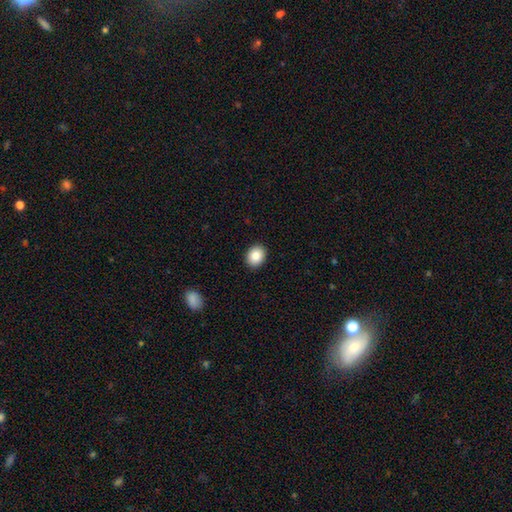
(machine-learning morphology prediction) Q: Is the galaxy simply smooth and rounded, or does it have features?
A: smooth — 85%.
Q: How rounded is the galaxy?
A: round — 50%.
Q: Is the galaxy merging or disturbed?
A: none — 92%.